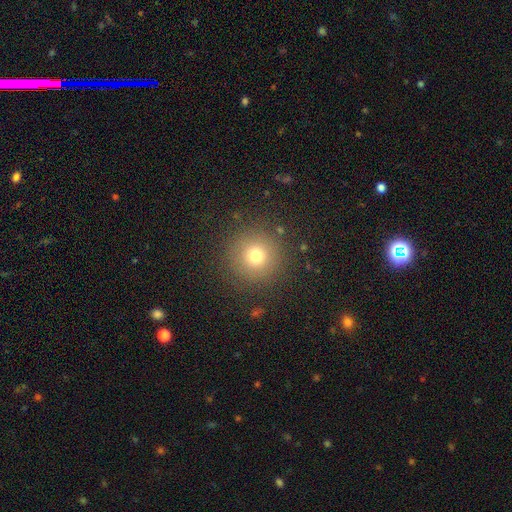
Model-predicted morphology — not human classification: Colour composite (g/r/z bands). It shows a smooth galaxy with no disk features (73%) that is round (96%). Merging: none (88%).